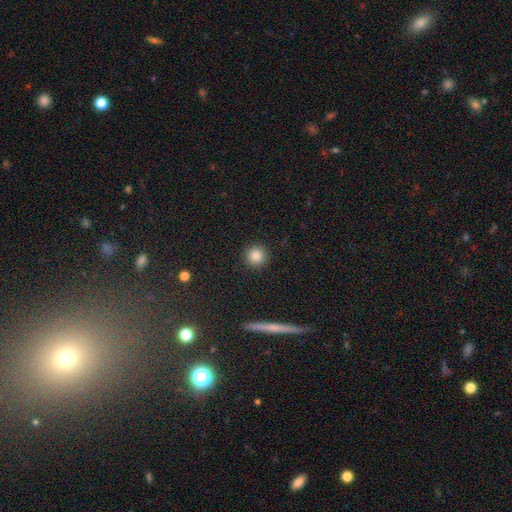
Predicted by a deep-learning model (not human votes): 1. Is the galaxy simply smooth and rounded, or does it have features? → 85% smooth, 10% star or artifact, 5% featured or disk.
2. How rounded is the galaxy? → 95% round, 4% in between, 1% cigar-shaped.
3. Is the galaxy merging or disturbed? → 92% none, 5% minor disturbance, 2% major disturbance, 1% merger.